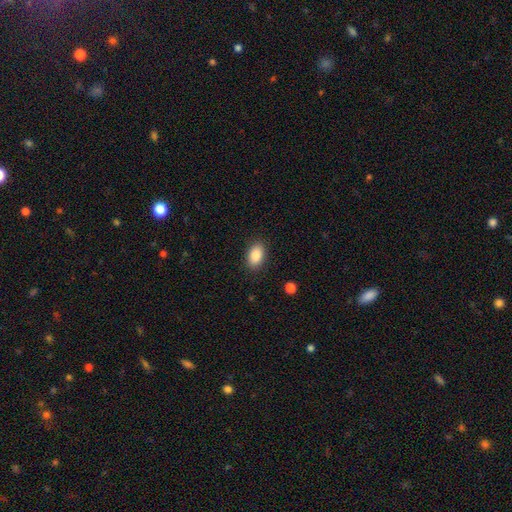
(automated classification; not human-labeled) Smooth or featured: smooth — 88% (star or artifact — 7%)
How rounded: in between — 91% (round — 7%)
Merging: none — 88% (minor disturbance — 8%)